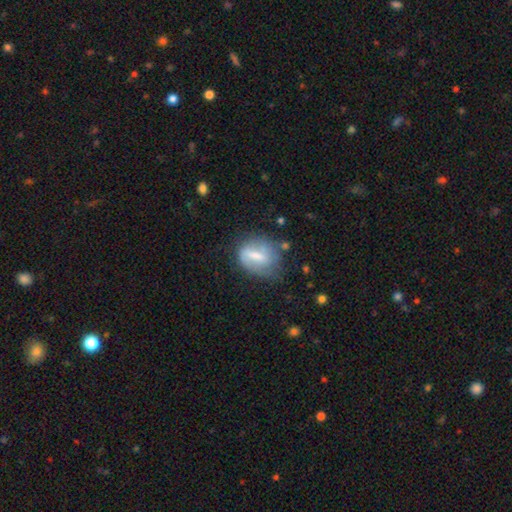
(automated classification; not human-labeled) A smooth galaxy with no disk features (49%).

Vote fractions:
- Smooth or featured? smooth: 49% / featured or disk: 43% / star or artifact: 8%
- Merging? none: 51% / minor disturbance: 29% / major disturbance: 15% / merger: 5%